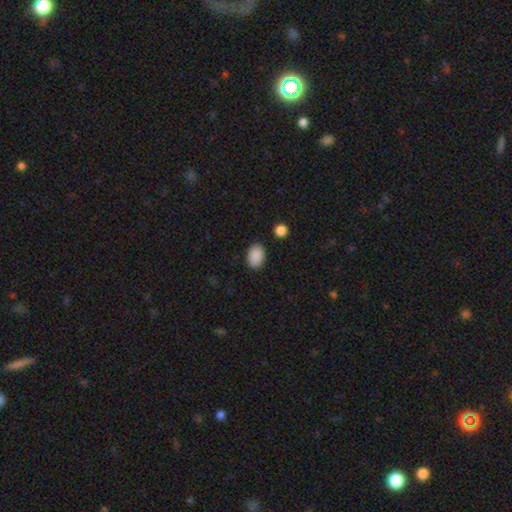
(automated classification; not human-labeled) Q: Smooth or featured?
A: smooth (89%); runner-up: star or artifact (8%)
Q: How rounded?
A: in between (84%); runner-up: round (15%)
Q: Merging?
A: none (86%); runner-up: minor disturbance (9%)